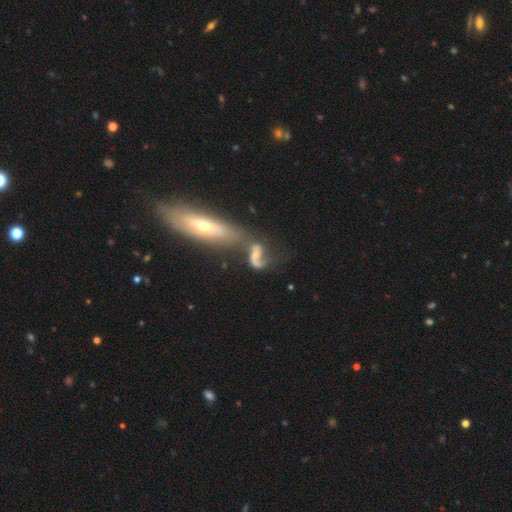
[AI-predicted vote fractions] Morphology: type=featured or disk (69%); edge-on=no (92%); bar=no (44%); spiral arms=yes (80%); winding=loose (77%); arm count=2 (78%); bulge=moderate (39%); merging=merger (53%).